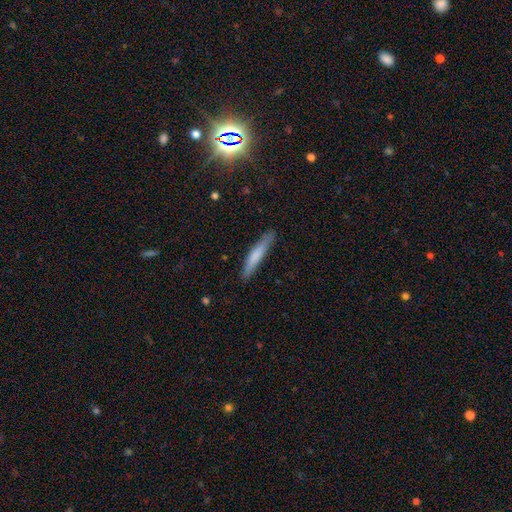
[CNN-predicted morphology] Smooth or featured: smooth — 73% (featured or disk — 22%)
How rounded: cigar-shaped — 92% (in between — 7%)
Merging: none — 84% (minor disturbance — 13%)